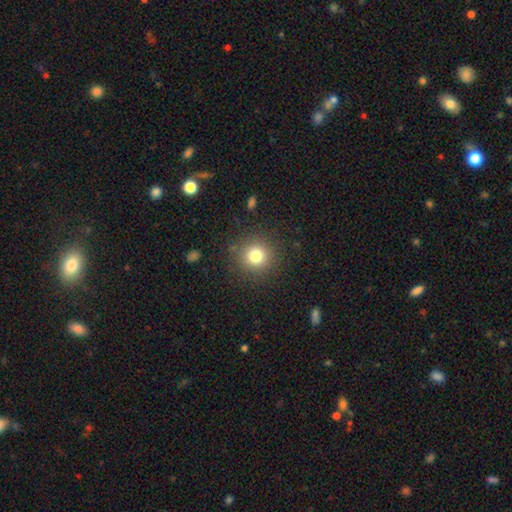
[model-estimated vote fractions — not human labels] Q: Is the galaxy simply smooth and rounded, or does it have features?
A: smooth — 79%.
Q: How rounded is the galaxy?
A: round — 93%.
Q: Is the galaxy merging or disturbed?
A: none — 87%.